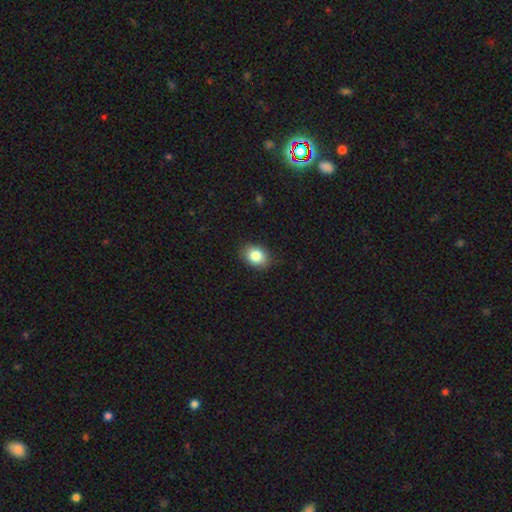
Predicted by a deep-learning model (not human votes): Q: Smooth or featured?
A: smooth (83%); runner-up: star or artifact (9%)
Q: How rounded?
A: in between (65%); runner-up: round (34%)
Q: Merging?
A: none (85%); runner-up: minor disturbance (12%)